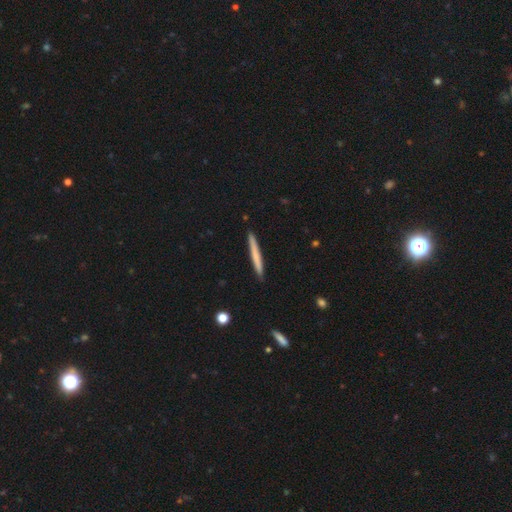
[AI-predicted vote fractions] A smooth galaxy with no disk features (65%) that is cigar-shaped (97%).

Vote fractions:
- Smooth or featured? smooth: 65% / featured or disk: 29% / star or artifact: 5%
- How rounded? cigar-shaped: 97% / in between: 2% / round: 1%
- Merging? none: 91% / minor disturbance: 6% / major disturbance: 1% / merger: 1%